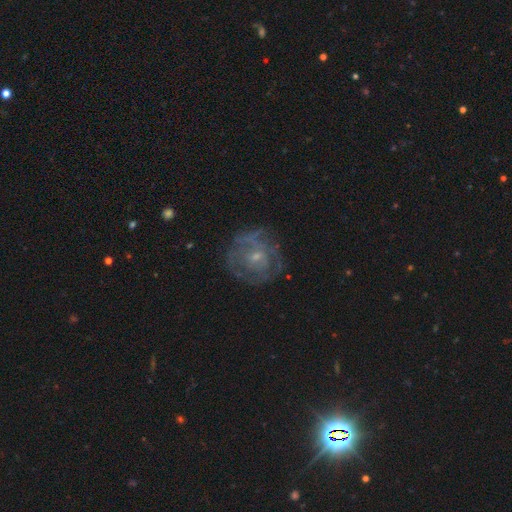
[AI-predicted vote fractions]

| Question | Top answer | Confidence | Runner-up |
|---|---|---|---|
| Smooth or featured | featured or disk | 66% | smooth (23%) |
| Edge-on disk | no | 97% | yes (3%) |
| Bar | no | 72% | weak (24%) |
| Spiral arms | yes | 56% | no (44%) |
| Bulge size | small | 67% | moderate (25%) |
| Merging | none | 69% | minor disturbance (17%) |